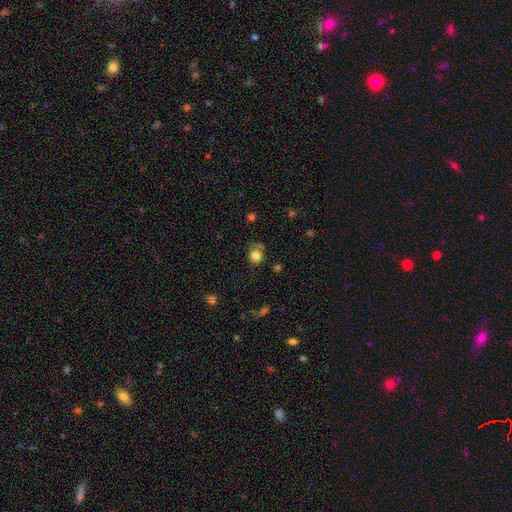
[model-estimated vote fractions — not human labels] Smooth or featured?
  - smooth: 81% *
  - star or artifact: 10%
  - featured or disk: 9%
How rounded?
  - round: 73% *
  - in between: 26%
  - cigar-shaped: 1%
Merging?
  - none: 55% *
  - minor disturbance: 29%
  - major disturbance: 13%
  - merger: 3%